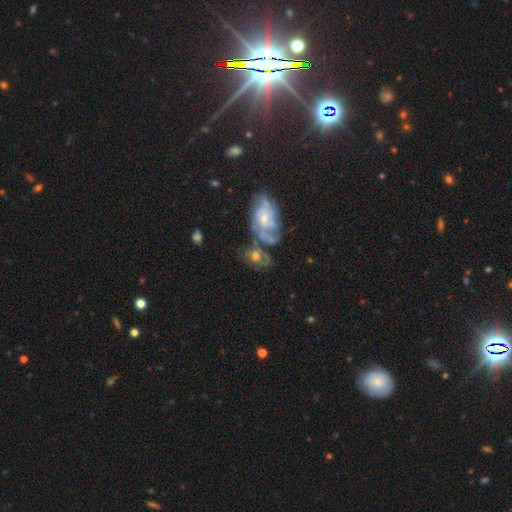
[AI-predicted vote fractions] The model was most divided on "bulge size": moderate: 47%, small: 38%, large: 9%, none: 5%, dominant: 2%. Remaining: edge-on disk — no (94%); bar — no (75%); spiral arms — yes (67%); smooth or featured — featured or disk (59%); merging — merger (42%).